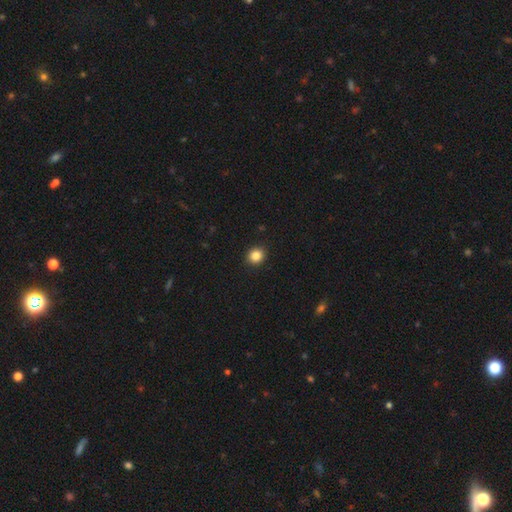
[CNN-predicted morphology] Smooth or featured? Predicted: smooth (p=0.85). How rounded? Predicted: round (p=0.81). Merging? Predicted: none (p=0.92).